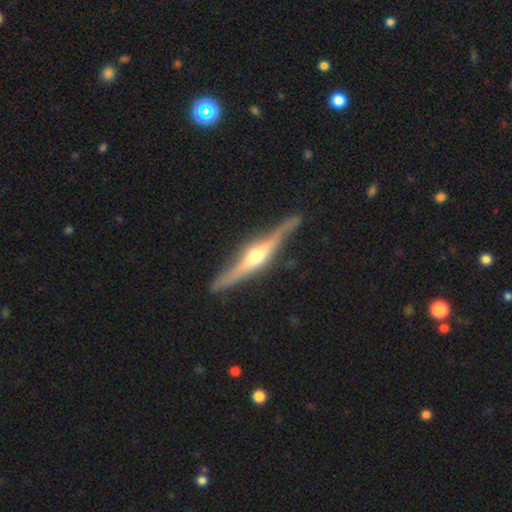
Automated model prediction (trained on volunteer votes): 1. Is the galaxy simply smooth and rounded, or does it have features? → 81% featured or disk, 14% smooth, 4% star or artifact.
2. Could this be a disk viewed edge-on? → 97% yes, 3% no.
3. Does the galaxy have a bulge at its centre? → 88% rounded, 7% boxy, 4% none.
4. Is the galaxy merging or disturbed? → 83% none, 12% minor disturbance, 3% major disturbance, 2% merger.